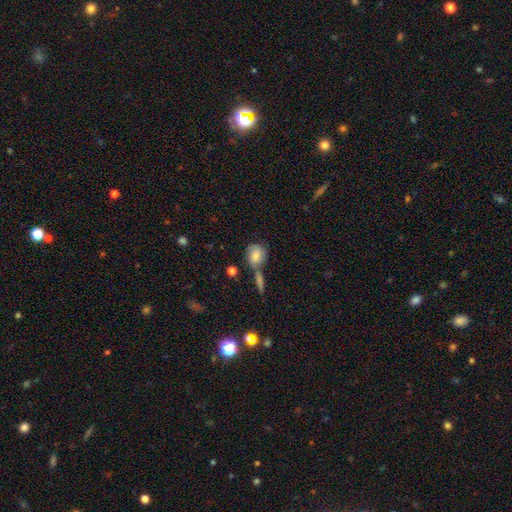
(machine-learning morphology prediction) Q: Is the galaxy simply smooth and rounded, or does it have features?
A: smooth — 75%.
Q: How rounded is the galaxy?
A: round — 64%.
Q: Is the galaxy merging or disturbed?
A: none — 46%.